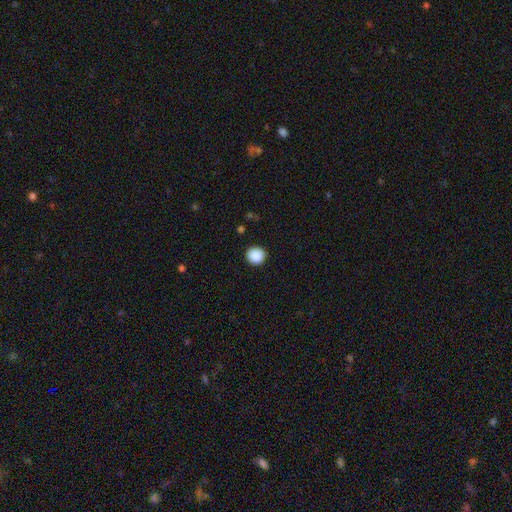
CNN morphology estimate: smooth 88%, star or artifact 9%, featured or disk 3%. Down the decision tree: how rounded — round (90%); merging — none (91%).